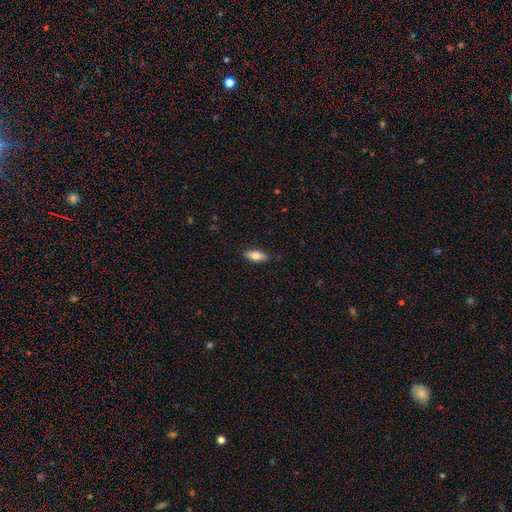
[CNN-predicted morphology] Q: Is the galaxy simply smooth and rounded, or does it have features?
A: smooth — 73%.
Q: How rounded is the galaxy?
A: in between — 74%.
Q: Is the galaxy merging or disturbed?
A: none — 87%.